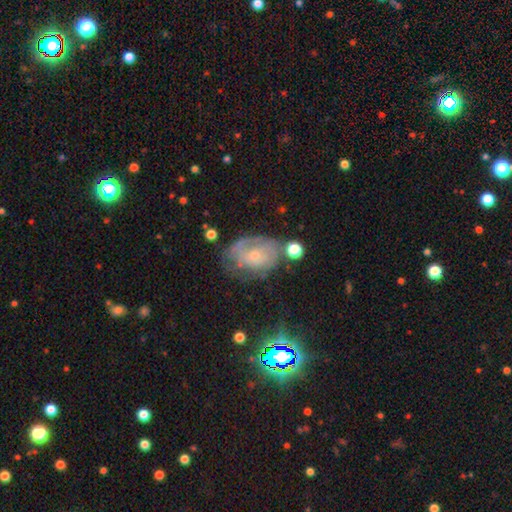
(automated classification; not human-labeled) A featured or disk galaxy (64%) with no bar (77%), spiral arms (71%) and a small central bulge (74%).

Vote fractions:
- Smooth or featured? featured or disk: 64% / smooth: 27% / star or artifact: 9%
- Edge-on disk? no: 96% / yes: 4%
- Bar? no: 77% / weak: 20% / strong: 3%
- Spiral arms? yes: 71% / no: 29%
- Bulge size? small: 74% / moderate: 20% / none: 3% / large: 1% / dominant: 1%
- Merging? none: 49% / minor disturbance: 27% / major disturbance: 19% / merger: 6%